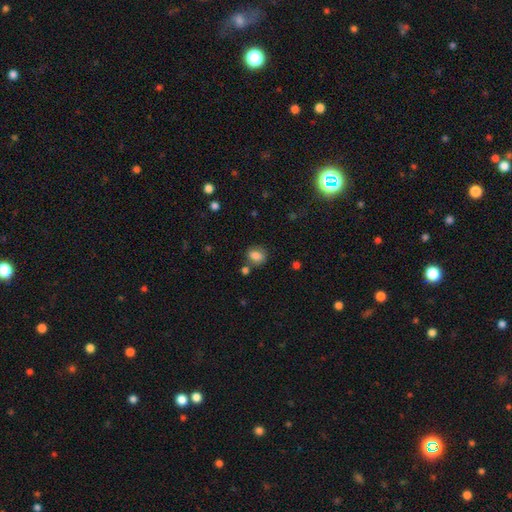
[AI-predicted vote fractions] Smooth or featured? Predicted: smooth (p=0.83). How rounded? Predicted: round (p=0.50). Merging? Predicted: none (p=0.70).